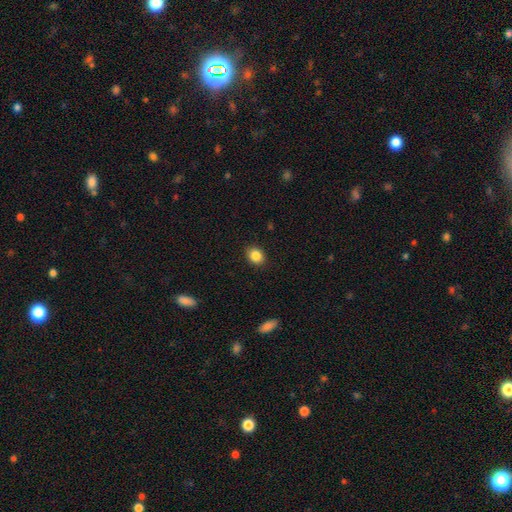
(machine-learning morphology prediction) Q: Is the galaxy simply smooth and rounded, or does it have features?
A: smooth — 86%.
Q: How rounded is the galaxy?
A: in between — 54%.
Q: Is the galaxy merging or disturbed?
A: none — 89%.